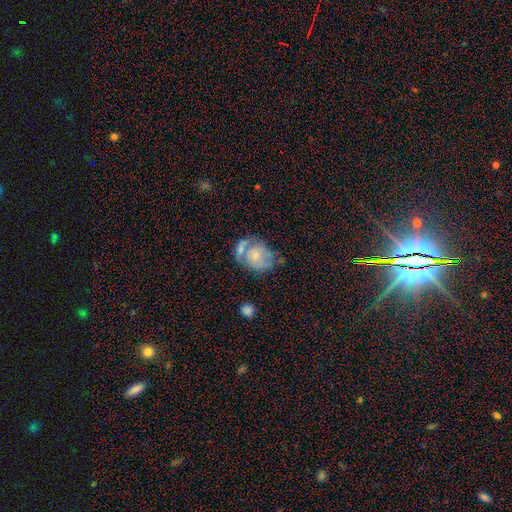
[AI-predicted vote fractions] The model was most divided on "smooth or featured": featured or disk: 47%, smooth: 45%, star or artifact: 8%. Remaining: merging — merger (35%).